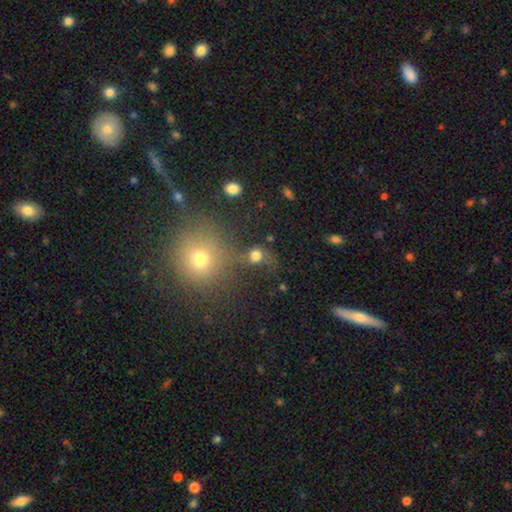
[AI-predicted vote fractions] smooth-or-featured: smooth: 71% | star or artifact: 17% | featured or disk: 12%
  how-rounded: round: 79% | in between: 19% | cigar-shaped: 2%
  merging: none: 48% | merger: 25% | minor disturbance: 13% | major disturbance: 13%